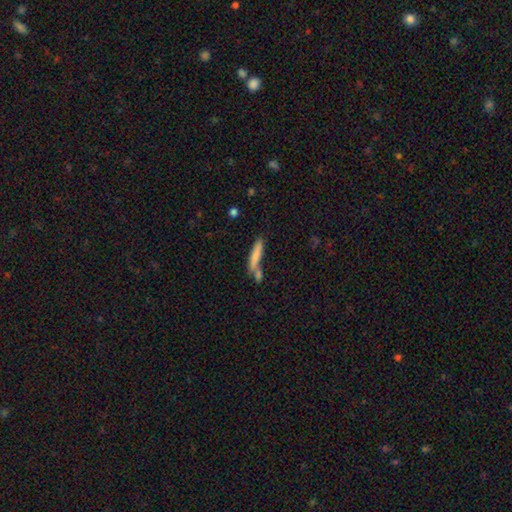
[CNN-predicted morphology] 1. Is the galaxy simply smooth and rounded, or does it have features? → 72% smooth, 20% featured or disk, 7% star or artifact.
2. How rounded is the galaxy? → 86% cigar-shaped, 12% in between, 2% round.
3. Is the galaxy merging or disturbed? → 55% none, 26% merger, 14% minor disturbance, 5% major disturbance.